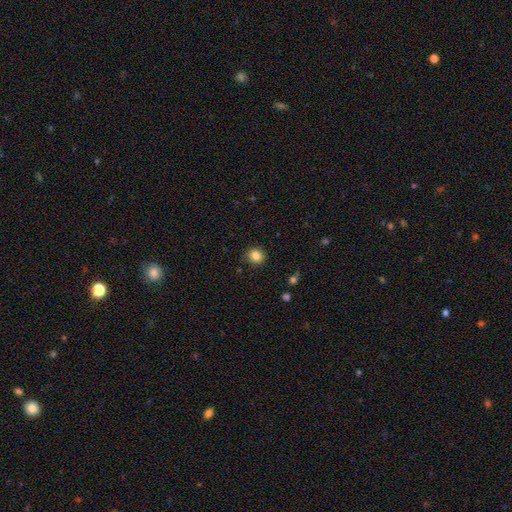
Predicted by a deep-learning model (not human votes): smooth 85%, star or artifact 10%, featured or disk 5%. Down the decision tree: how rounded — round (82%); merging — none (88%).